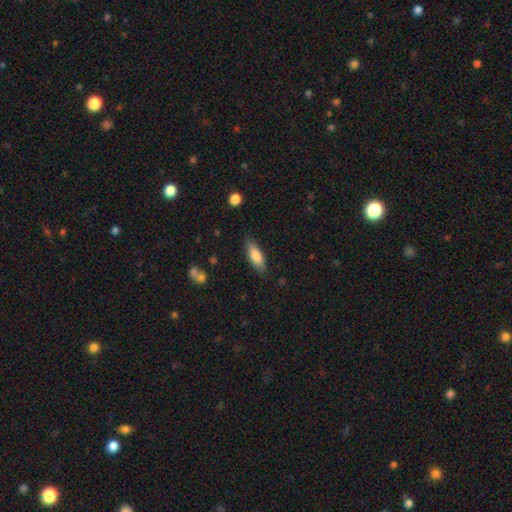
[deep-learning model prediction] The model was most divided on "how rounded": in between: 66%, cigar-shaped: 32%, round: 2%. More confident: merging — none (81%); smooth or featured — smooth (80%).